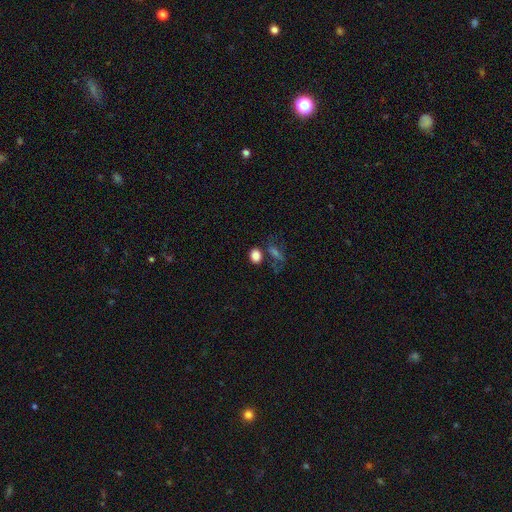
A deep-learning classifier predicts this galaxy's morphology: Q: Smooth or featured?
A: smooth (83%); runner-up: star or artifact (11%)
Q: How rounded?
A: in between (57%); runner-up: round (41%)
Q: Merging?
A: none (61%); runner-up: merger (17%)